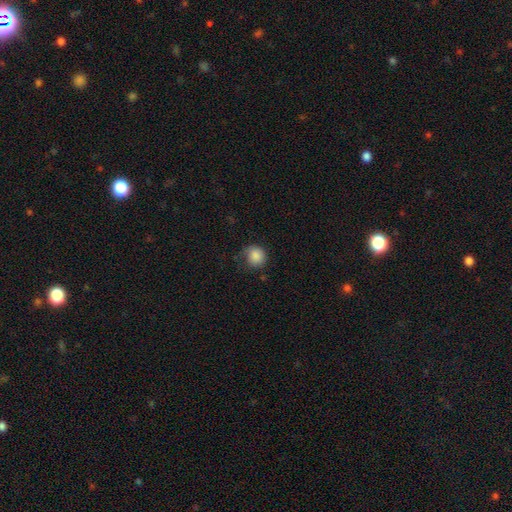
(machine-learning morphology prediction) Smooth or featured? Predicted: smooth (p=0.86). How rounded? Predicted: round (p=0.85). Merging? Predicted: none (p=0.64).